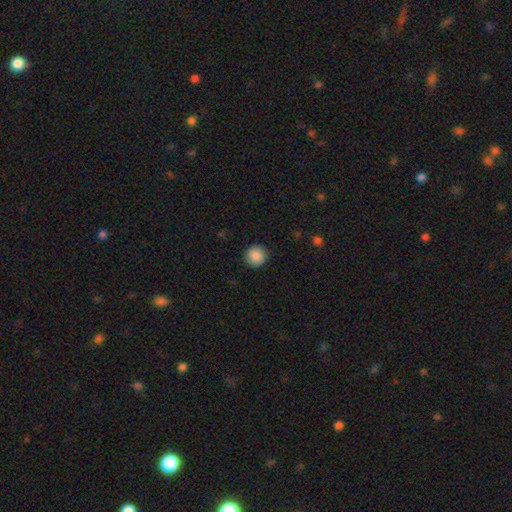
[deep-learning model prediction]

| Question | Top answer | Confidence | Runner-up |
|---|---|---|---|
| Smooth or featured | smooth | 89% | star or artifact (8%) |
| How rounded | round | 92% | in between (7%) |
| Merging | none | 90% | minor disturbance (7%) |